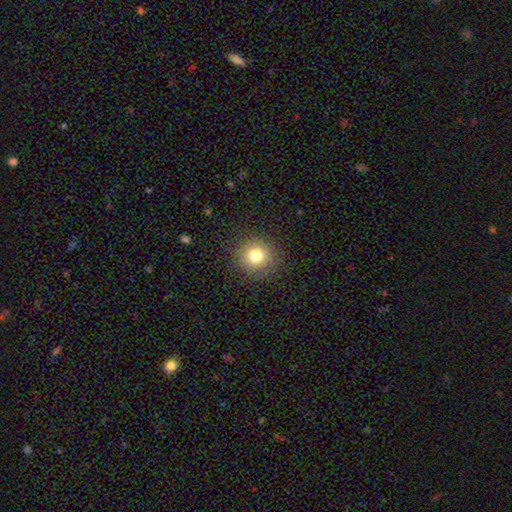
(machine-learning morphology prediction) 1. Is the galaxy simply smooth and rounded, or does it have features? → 79% smooth, 13% star or artifact, 8% featured or disk.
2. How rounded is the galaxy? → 93% round, 6% in between, 1% cigar-shaped.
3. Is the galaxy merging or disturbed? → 90% none, 7% minor disturbance, 3% major disturbance, 1% merger.